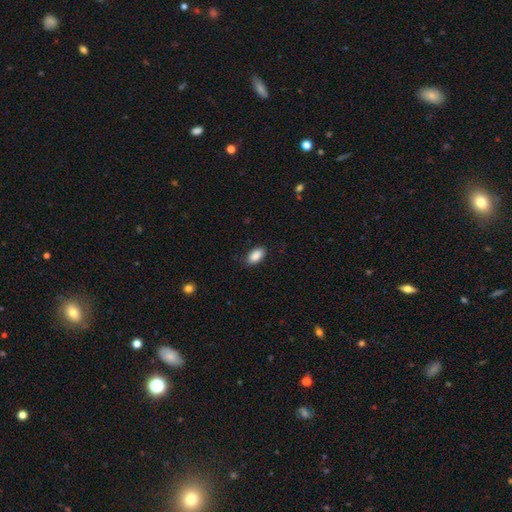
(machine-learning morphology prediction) Overall: smooth (89%). How rounded: in between (92%). Merging: none (84%).